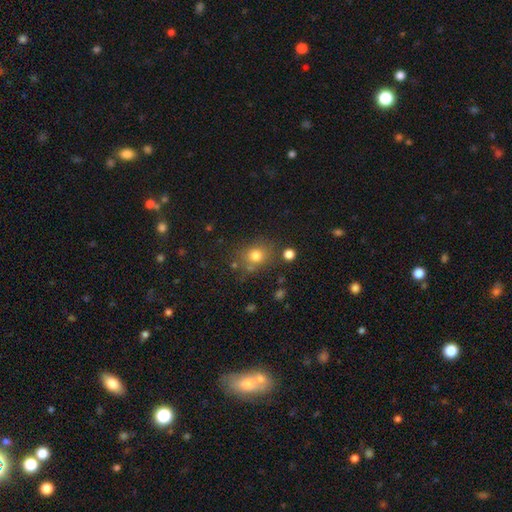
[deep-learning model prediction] Smooth or featured? smooth (77%)
How rounded? round (75%)
Merging? none (75%)